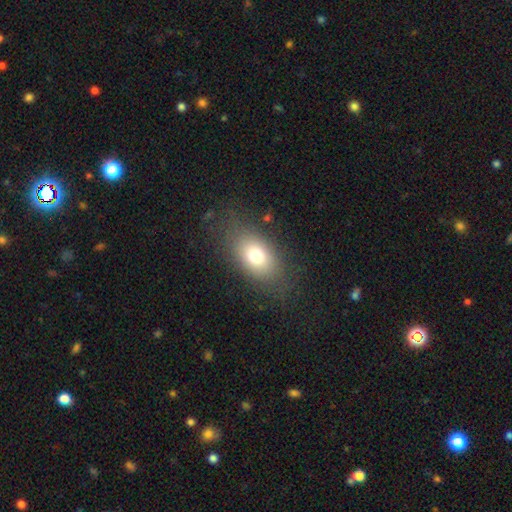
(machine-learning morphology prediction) smooth 73%, featured or disk 16%, star or artifact 12%. Down the decision tree: how rounded — in between (79%); merging — none (76%).